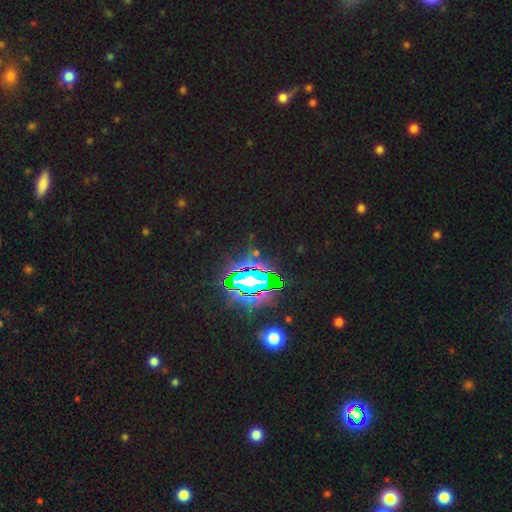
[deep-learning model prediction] The model was most divided on "smooth or featured": star or artifact: 77%, smooth: 12%, featured or disk: 11%.